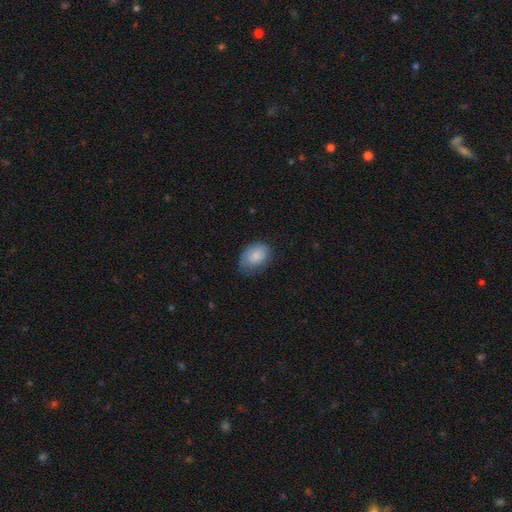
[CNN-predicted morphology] Smooth or featured: smooth — 82% (featured or disk — 11%)
How rounded: in between — 79% (round — 20%)
Merging: none — 63% (minor disturbance — 29%)